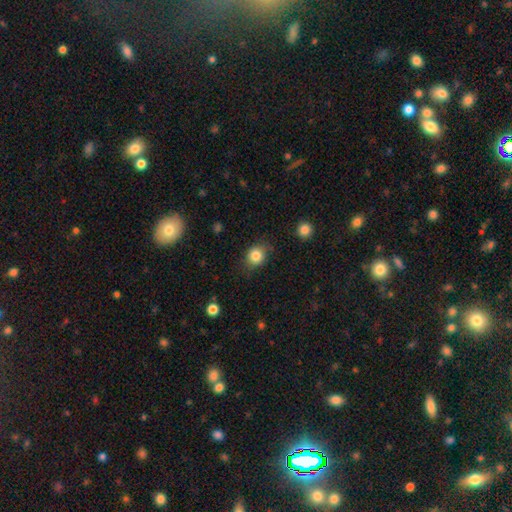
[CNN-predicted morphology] A smooth galaxy with no disk features (83%) that is round (69%).

Vote fractions:
- Smooth or featured? smooth: 83% / star or artifact: 10% / featured or disk: 6%
- How rounded? round: 69% / in between: 30% / cigar-shaped: 1%
- Merging? none: 75% / minor disturbance: 18% / major disturbance: 5% / merger: 2%